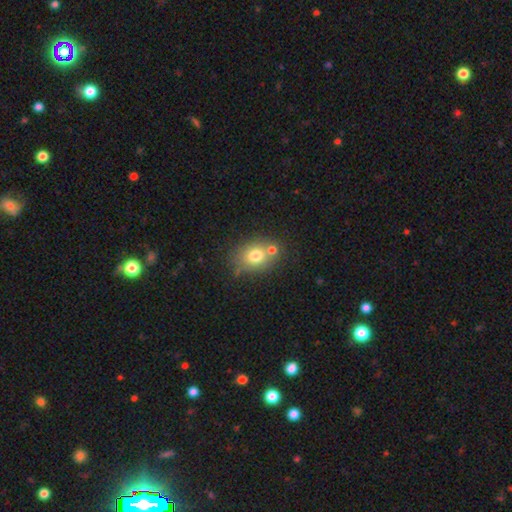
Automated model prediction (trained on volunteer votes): smooth 73%, featured or disk 15%, star or artifact 12%. Down the decision tree: how rounded — round (53%); merging — none (56%).